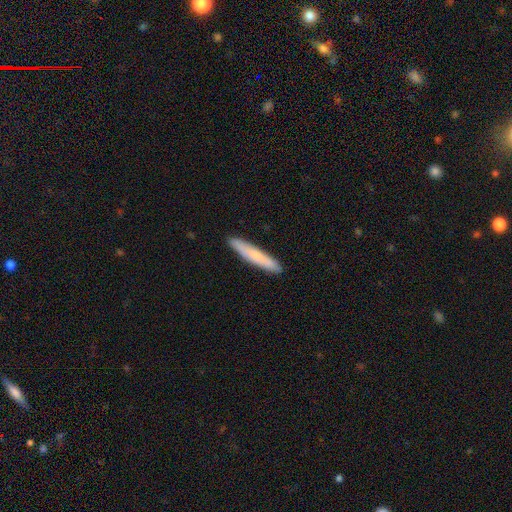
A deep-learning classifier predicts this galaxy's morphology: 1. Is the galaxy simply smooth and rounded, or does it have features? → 67% smooth, 27% featured or disk, 6% star or artifact.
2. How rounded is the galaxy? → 93% cigar-shaped, 6% in between, 1% round.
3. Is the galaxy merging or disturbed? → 91% none, 7% minor disturbance, 1% major disturbance, 1% merger.